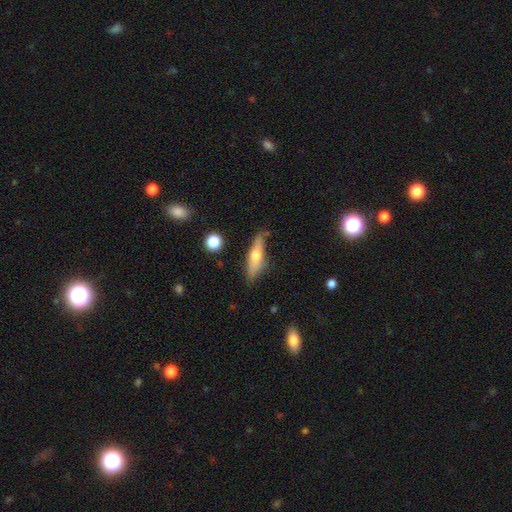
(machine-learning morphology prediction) Q: Smooth or featured?
A: smooth (51%); runner-up: featured or disk (42%)
Q: How rounded?
A: cigar-shaped (66%); runner-up: in between (31%)
Q: Merging?
A: none (72%); runner-up: minor disturbance (20%)